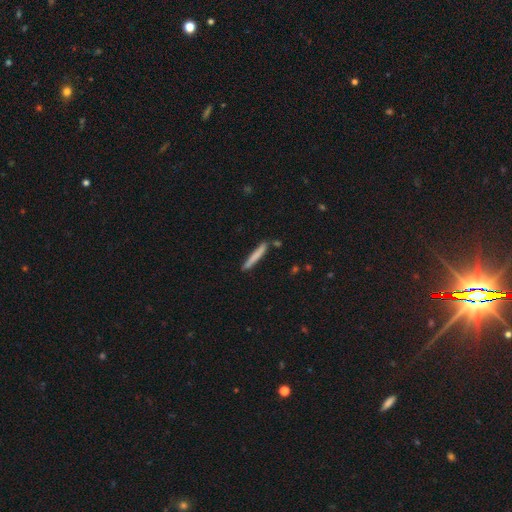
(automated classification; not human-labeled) Q: Smooth or featured?
A: smooth (75%); runner-up: featured or disk (19%)
Q: How rounded?
A: cigar-shaped (96%); runner-up: in between (3%)
Q: Merging?
A: none (85%); runner-up: minor disturbance (10%)